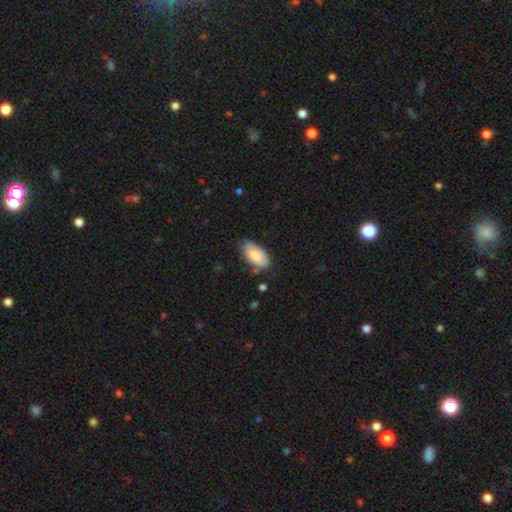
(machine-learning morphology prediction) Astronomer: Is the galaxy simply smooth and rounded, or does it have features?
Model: smooth — 77%.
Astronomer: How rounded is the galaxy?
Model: in between — 93%.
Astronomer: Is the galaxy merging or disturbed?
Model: none — 63%.